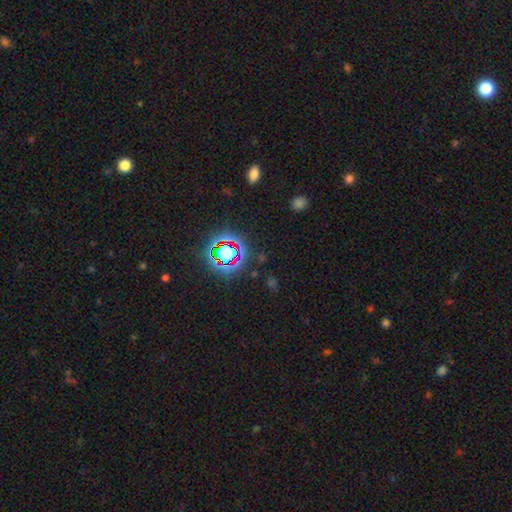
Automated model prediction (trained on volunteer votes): This appears to be a star or artifact, not a galaxy (78%).